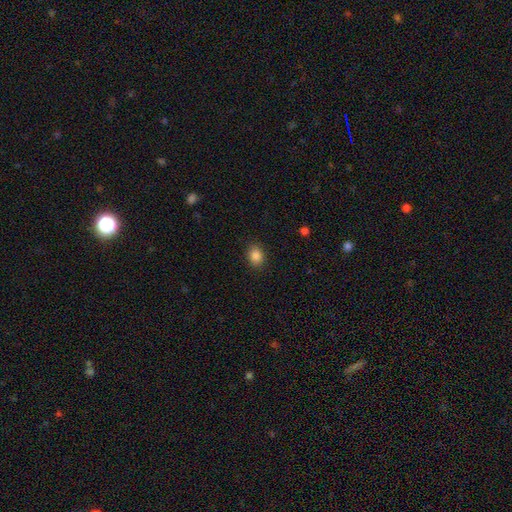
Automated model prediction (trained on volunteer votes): Smooth or featured?
  - smooth: 86% *
  - star or artifact: 10%
  - featured or disk: 4%
How rounded?
  - in between: 56% *
  - round: 44%
  - cigar-shaped: 1%
Merging?
  - none: 88% *
  - minor disturbance: 8%
  - major disturbance: 2%
  - merger: 1%